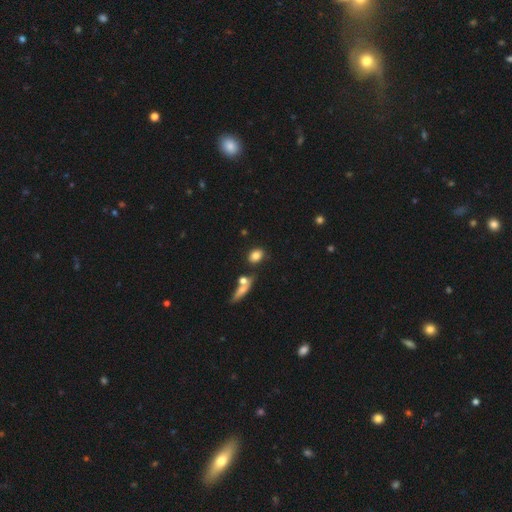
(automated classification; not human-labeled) This is clearly a smooth galaxy (80%). How rounded: likely in between (62%). Merging: likely none (72%).